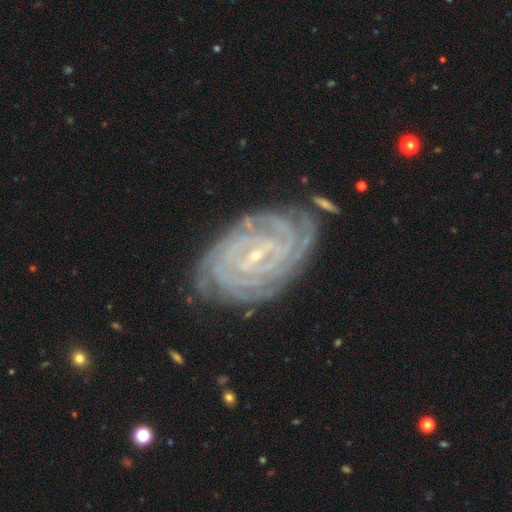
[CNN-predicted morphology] smooth-or-featured: featured or disk: 91% | star or artifact: 5% | smooth: 4%
  disk-edge-on: no: 97% | yes: 3%
    bar: weak: 43% | strong: 33% | no: 24%
    has-spiral-arms: yes: 99% | no: 1%
      spiral-winding: tight: 88% | medium: 10% | loose: 2%
      spiral-arm-count: 4: 28% | can't tell: 17% | more than 4: 16% | 3: 16% | 2: 15% | 1: 8%
    bulge-size: small: 83% | moderate: 14% | none: 2% | large: 1% | dominant: 1%
  merging: none: 75% | minor disturbance: 18% | major disturbance: 5% | merger: 2%